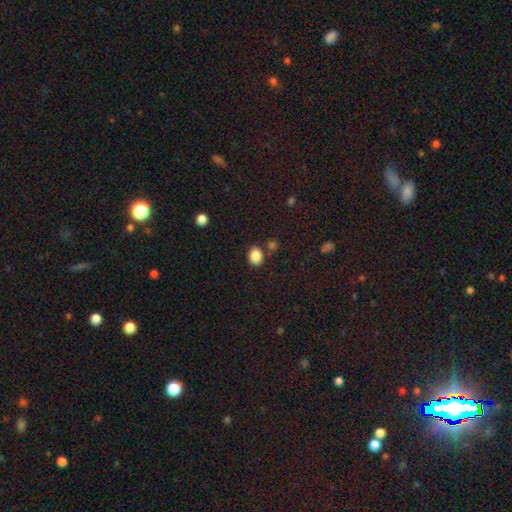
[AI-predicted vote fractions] This appears to be a smooth galaxy with no disk features (86%) that is in between round and cigar-shaped (62%). Merging: none (74%).